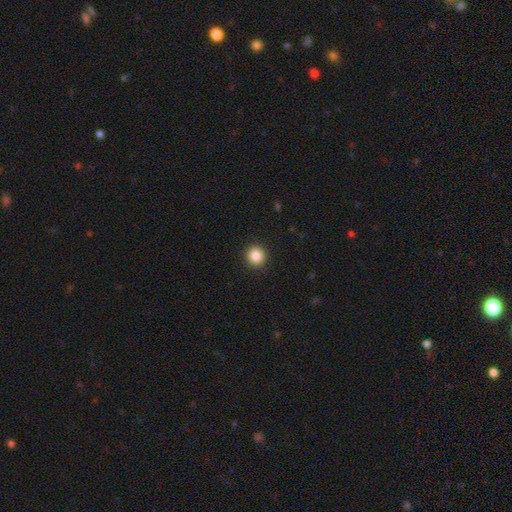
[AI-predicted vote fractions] Smooth or featured? smooth (86%)
How rounded? round (94%)
Merging? none (93%)